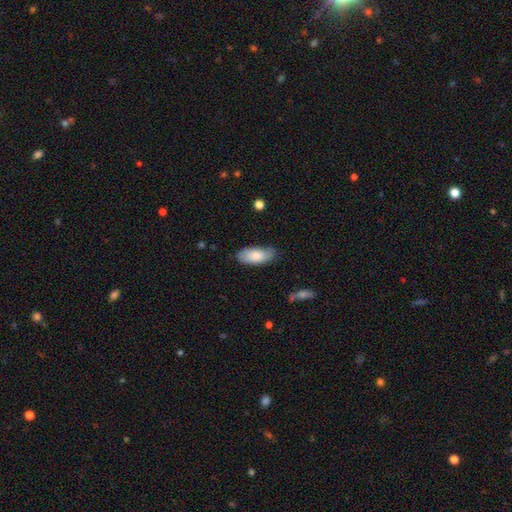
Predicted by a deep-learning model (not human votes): This is likely a smooth galaxy (79%). How rounded: clearly in between (89%). Merging: likely none (72%).